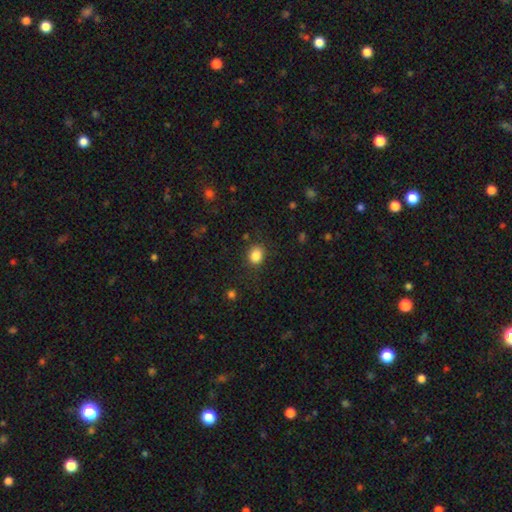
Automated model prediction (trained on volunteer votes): This is clearly a smooth galaxy (85%). How rounded: possibly round (58%). Merging: clearly none (84%).